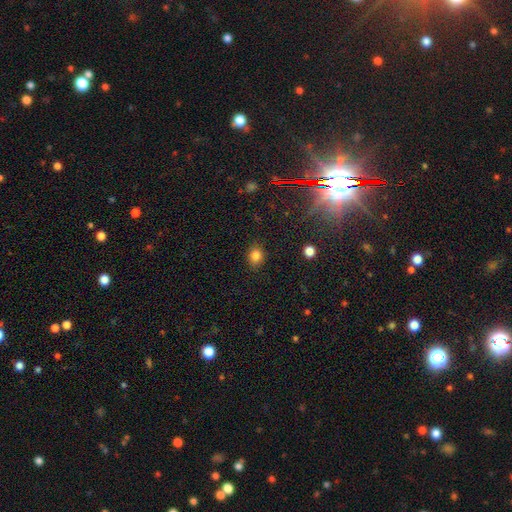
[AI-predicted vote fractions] smooth-or-featured: smooth: 81% | star or artifact: 13% | featured or disk: 6%
  how-rounded: round: 50% | in between: 49% | cigar-shaped: 1%
  merging: none: 86% | minor disturbance: 10% | major disturbance: 3% | merger: 1%